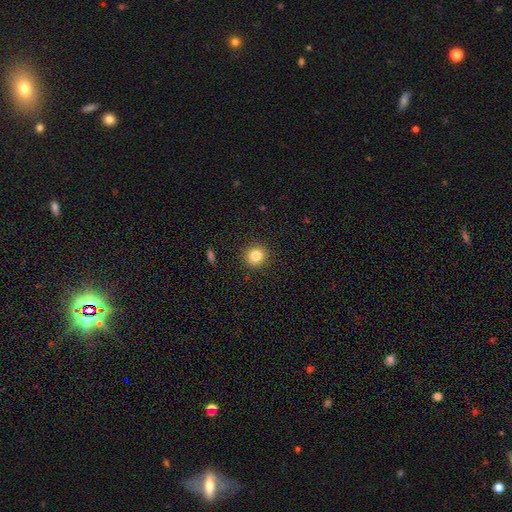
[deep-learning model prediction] This is clearly a smooth galaxy (82%). How rounded: clearly round (91%). Merging: clearly none (91%).